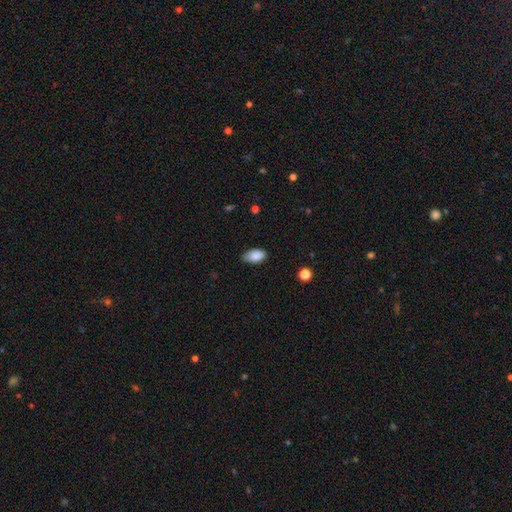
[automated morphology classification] This is clearly a smooth galaxy (87%). How rounded: clearly in between (94%). Merging: likely none (73%).